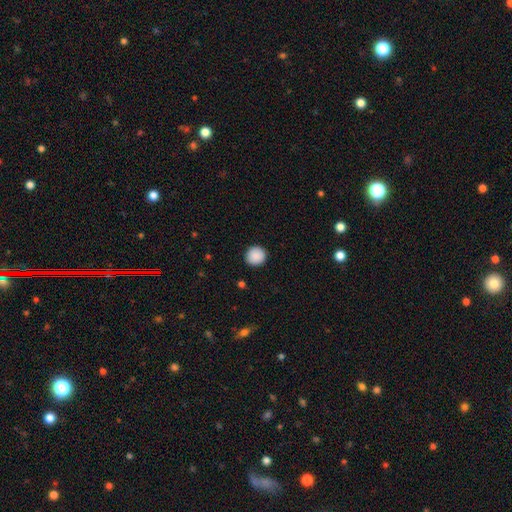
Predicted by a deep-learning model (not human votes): A smooth galaxy with no disk features (90%) that is round (94%). Merging: none (92%).